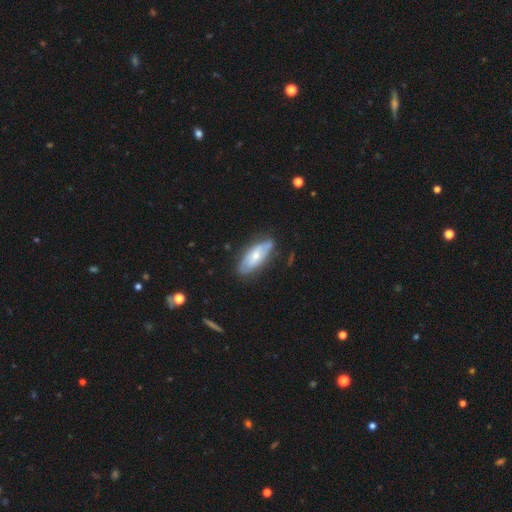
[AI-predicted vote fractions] Overall: smooth (49%; featured or disk 45%). Merging: none (73%).